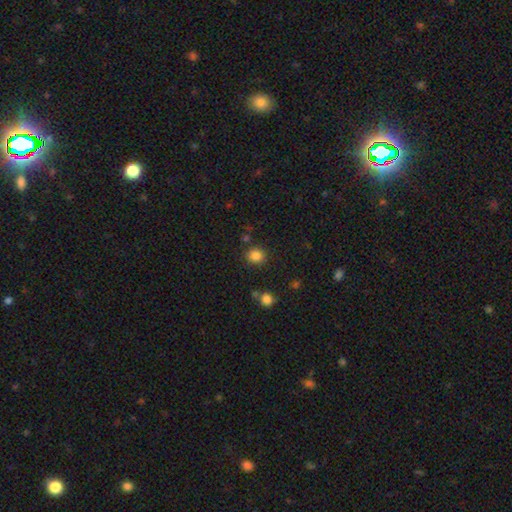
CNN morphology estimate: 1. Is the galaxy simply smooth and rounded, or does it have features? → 84% smooth, 12% star or artifact, 4% featured or disk.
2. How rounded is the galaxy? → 79% round, 20% in between, 1% cigar-shaped.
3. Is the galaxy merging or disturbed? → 83% none, 10% minor disturbance, 4% merger, 3% major disturbance.